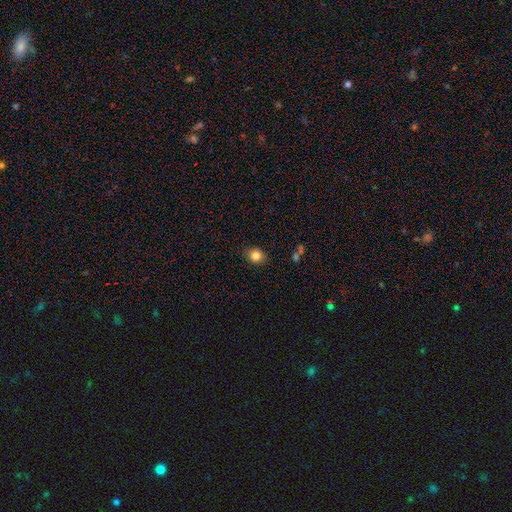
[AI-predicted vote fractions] The model was most divided on "how rounded": round: 71%, in between: 28%, cigar-shaped: 1%. More confident: merging — none (85%); smooth or featured — smooth (83%).